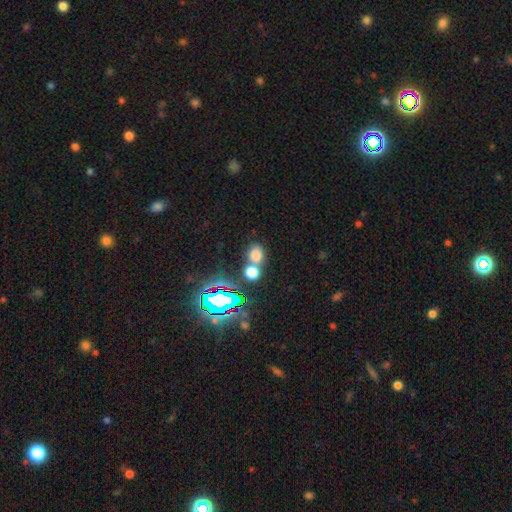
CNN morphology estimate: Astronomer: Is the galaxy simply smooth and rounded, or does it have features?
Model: smooth — 70%.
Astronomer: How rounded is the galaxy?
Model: round — 52% (runner-up: in between, 46%).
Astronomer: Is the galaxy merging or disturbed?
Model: none — 49% (runner-up: merger, 39%).